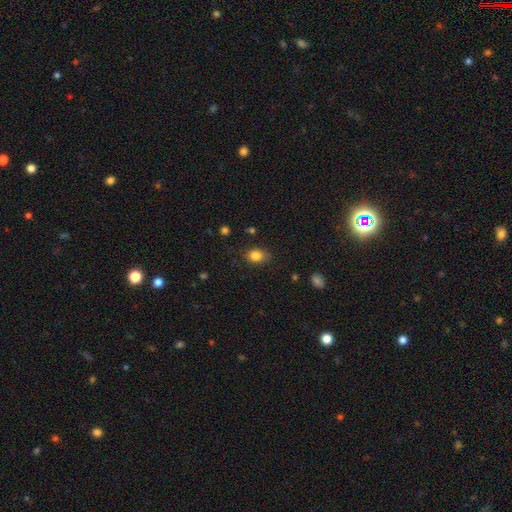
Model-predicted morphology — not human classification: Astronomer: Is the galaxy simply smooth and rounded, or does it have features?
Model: smooth — 83%.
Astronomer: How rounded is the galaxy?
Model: in between — 60% (runner-up: round, 38%).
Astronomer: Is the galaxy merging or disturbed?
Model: none — 75%.